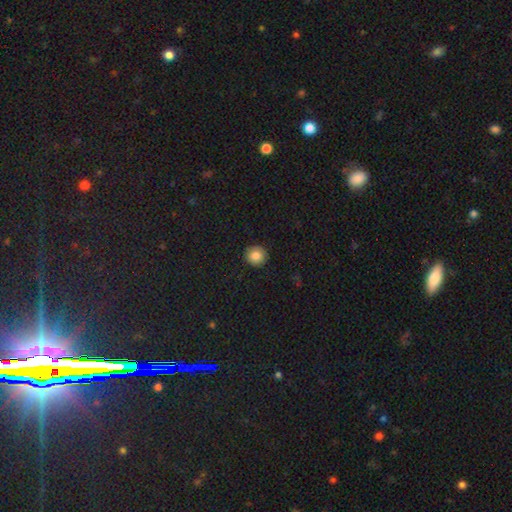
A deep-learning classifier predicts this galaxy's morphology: smooth-or-featured: smooth: 84% | star or artifact: 9% | featured or disk: 6%
  how-rounded: round: 94% | in between: 5% | cigar-shaped: 1%
  merging: none: 92% | minor disturbance: 6% | major disturbance: 2% | merger: 1%